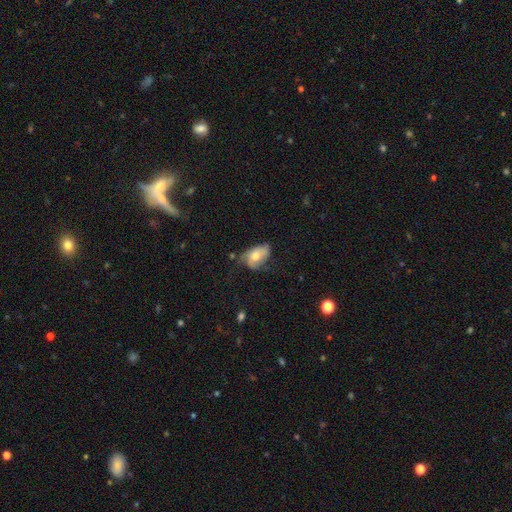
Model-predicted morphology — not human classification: Smooth or featured? smooth (57%)
How rounded? in between (88%)
Merging? minor disturbance (36%)